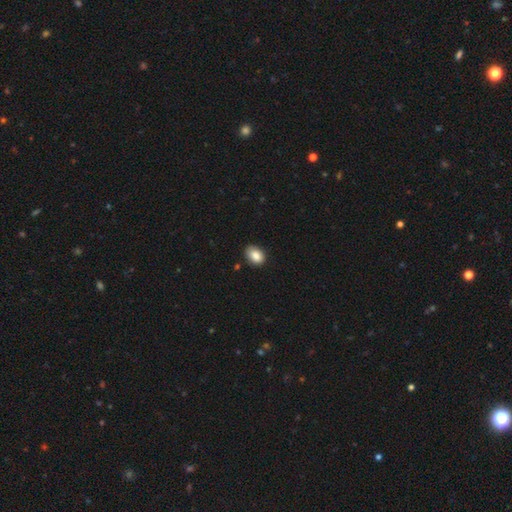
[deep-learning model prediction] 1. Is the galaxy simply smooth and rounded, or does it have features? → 87% smooth, 8% star or artifact, 5% featured or disk.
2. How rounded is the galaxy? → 76% in between, 23% round, 1% cigar-shaped.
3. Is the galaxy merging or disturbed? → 79% none, 17% minor disturbance, 3% major disturbance, 2% merger.